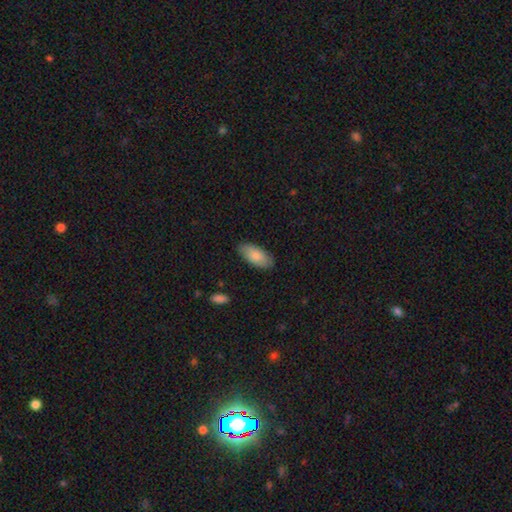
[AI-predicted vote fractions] smooth_or_featured: smooth (p=0.82) [alt: featured or disk p=0.13]
how_rounded: in between (p=0.92) [alt: cigar-shaped p=0.06]
merging: none (p=0.85) [alt: minor disturbance p=0.11]